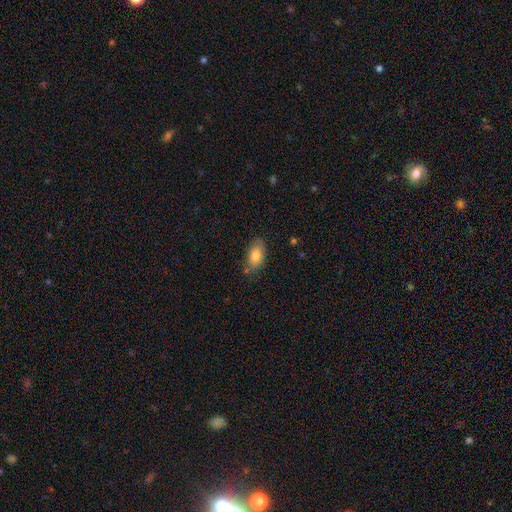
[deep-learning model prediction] A smooth galaxy with no disk features (81%) that is in between round and cigar-shaped (91%). Merging: none (75%).